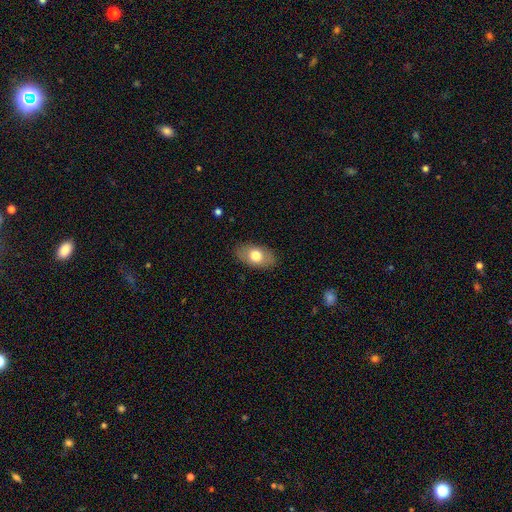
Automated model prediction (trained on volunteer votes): A smooth galaxy with no disk features (70%) that is in between round and cigar-shaped (91%).

Vote fractions:
- Smooth or featured? smooth: 70% / featured or disk: 24% / star or artifact: 6%
- How rounded? in between: 91% / round: 7% / cigar-shaped: 2%
- Merging? none: 85% / minor disturbance: 11% / major disturbance: 3% / merger: 1%